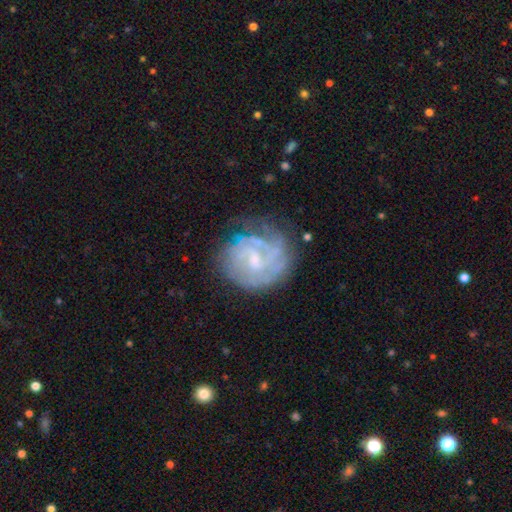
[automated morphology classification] This appears to be a featured or disk galaxy (73%) with a weak bar (49%), tight (68%) spiral arms (87%) and a small central bulge (54%). Merging: none (70%).